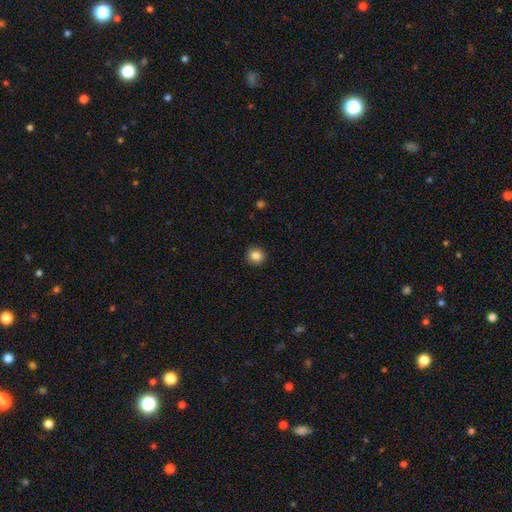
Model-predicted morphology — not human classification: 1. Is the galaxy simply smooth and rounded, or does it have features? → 85% smooth, 10% star or artifact, 5% featured or disk.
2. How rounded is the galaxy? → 90% round, 9% in between, 1% cigar-shaped.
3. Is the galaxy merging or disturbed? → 92% none, 5% minor disturbance, 2% major disturbance, 1% merger.